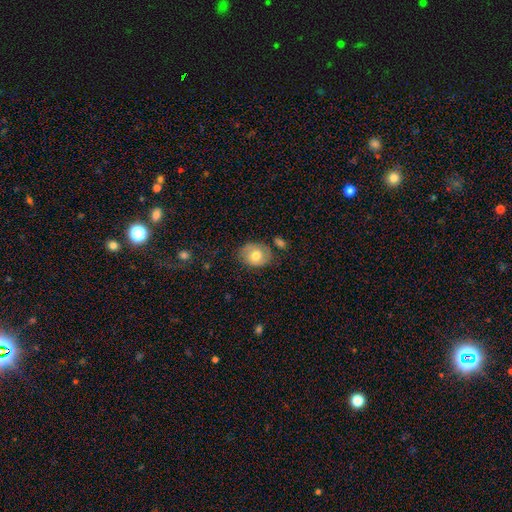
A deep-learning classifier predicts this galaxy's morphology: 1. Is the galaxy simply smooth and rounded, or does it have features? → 68% smooth, 24% featured or disk, 8% star or artifact.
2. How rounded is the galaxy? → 51% in between, 48% round, 1% cigar-shaped.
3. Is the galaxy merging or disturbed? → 70% none, 20% minor disturbance, 5% major disturbance, 5% merger.